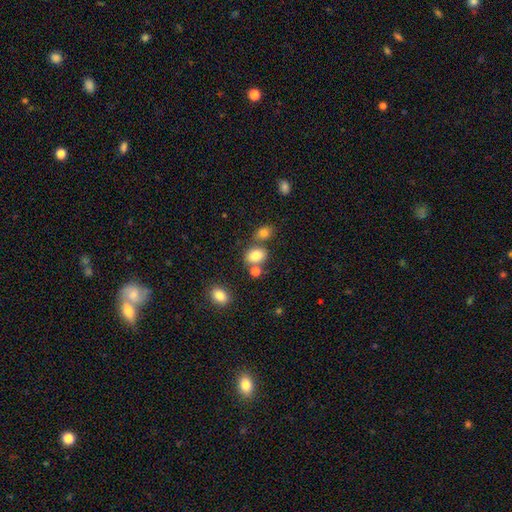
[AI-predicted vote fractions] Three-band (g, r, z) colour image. It shows a smooth galaxy with no disk features (80%) that is in between round and cigar-shaped (54%). Merging: none (58%).